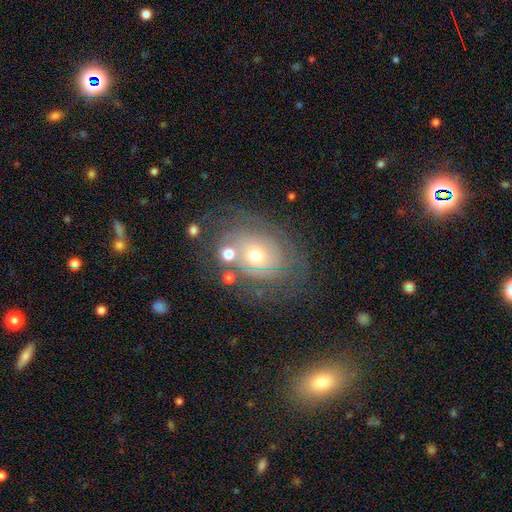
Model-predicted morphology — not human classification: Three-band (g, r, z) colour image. It shows a featured or disk galaxy (66%) with no bar (86%), spiral arms (72%) and a moderate central bulge (50%). Merging: none (65%).